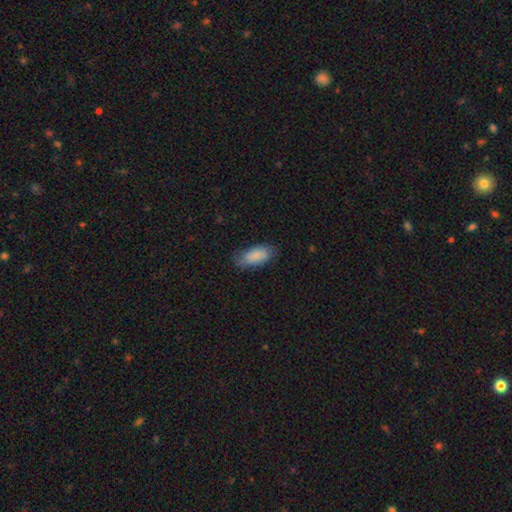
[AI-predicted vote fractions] A smooth galaxy with no disk features (84%) that is in between round and cigar-shaped (87%). Merging: none (73%).